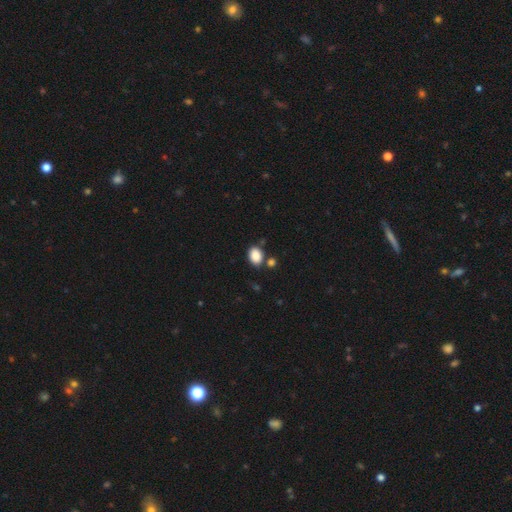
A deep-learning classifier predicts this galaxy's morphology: Q: Smooth or featured?
A: smooth (88%); runner-up: star or artifact (9%)
Q: How rounded?
A: in between (74%); runner-up: round (25%)
Q: Merging?
A: none (73%); runner-up: minor disturbance (13%)